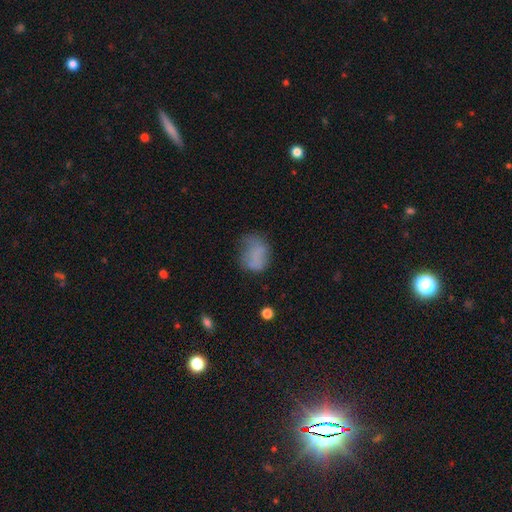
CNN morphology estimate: The model was most divided on "merging": none: 41%, minor disturbance: 31%, major disturbance: 23%, merger: 4%. More confident: smooth or featured — smooth (68%); how rounded — in between (57%).